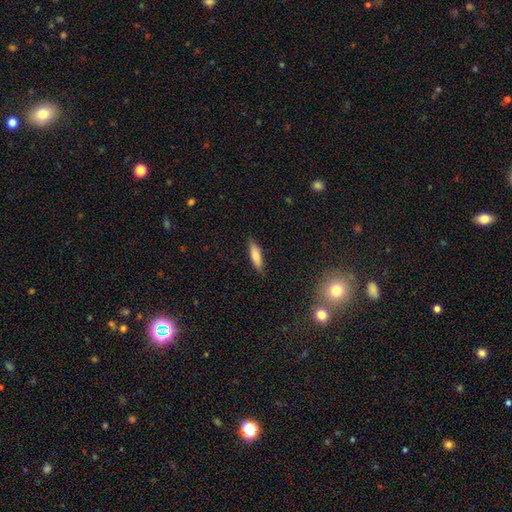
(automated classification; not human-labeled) smooth-or-featured: smooth: 76% | featured or disk: 17% | star or artifact: 7%
  how-rounded: cigar-shaped: 61% | in between: 37% | round: 2%
  merging: none: 86% | minor disturbance: 11% | major disturbance: 2% | merger: 1%